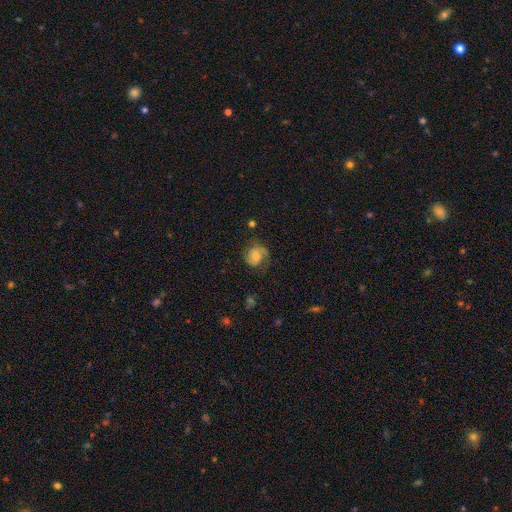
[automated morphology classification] Smooth or featured? smooth (52%)
How rounded? round (69%)
Merging? none (58%)